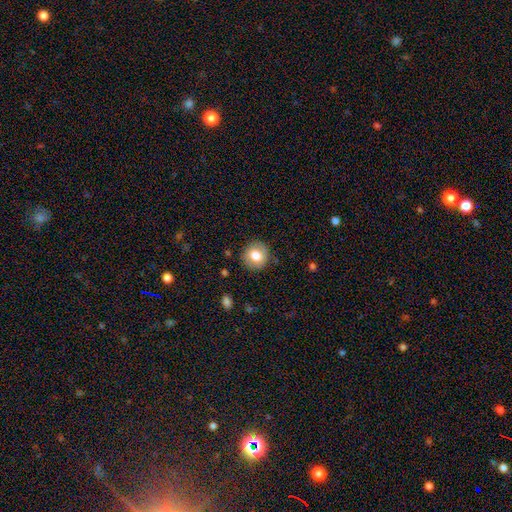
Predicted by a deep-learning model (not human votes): Smooth or featured: smooth — 75% (featured or disk — 17%)
How rounded: round — 88% (in between — 11%)
Merging: none — 87% (minor disturbance — 9%)